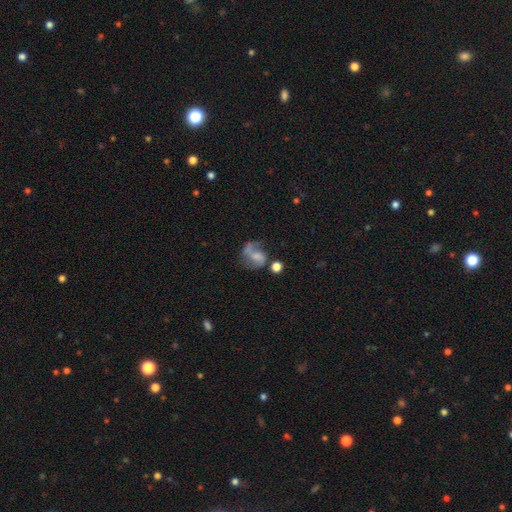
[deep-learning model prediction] A featured or disk galaxy (63%) with no bar (51%), 2 (76%) loose (57%) spiral arms (85%) and no central bulge (37%). Merging: none (42%).